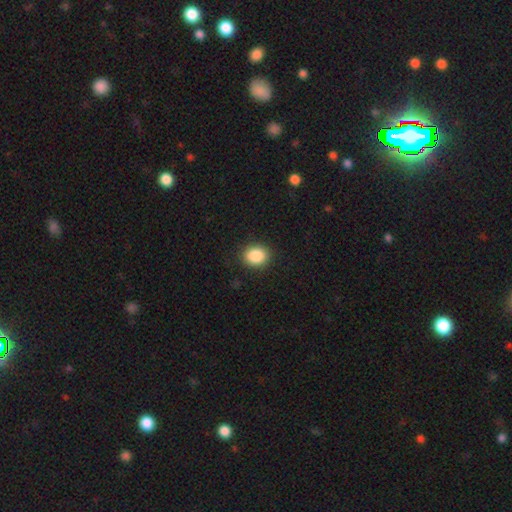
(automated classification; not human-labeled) Smooth or featured? Predicted: smooth (p=0.88). How rounded? Predicted: round (p=0.59). Merging? Predicted: none (p=0.89).